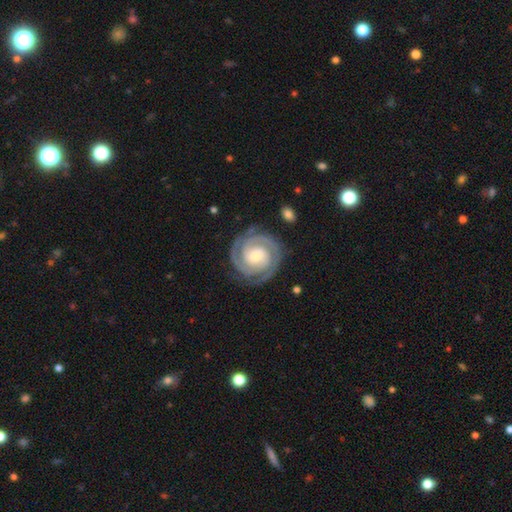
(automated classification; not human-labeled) Overall: featured or disk (90%). Edge-on disk: no (98%). Bar: no (60%; weak 28%). Spiral arms: yes (98%). Spiral arm count: 2 (69%). Spiral winding: tight (80%). Bulge size: moderate (45%; small 44%). Merging: none (84%).